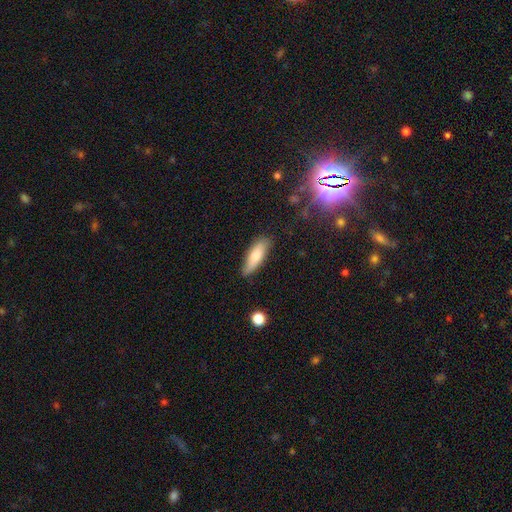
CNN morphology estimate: This appears to be a smooth galaxy with no disk features (73%) that is cigar-shaped (51%). Merging: none (76%).